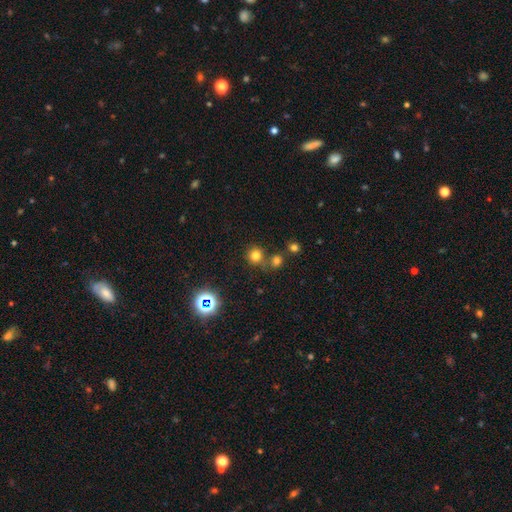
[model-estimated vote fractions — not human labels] Smooth or featured? Predicted: smooth (p=0.74). How rounded? Predicted: round (p=0.92). Merging? Predicted: none (p=0.70).